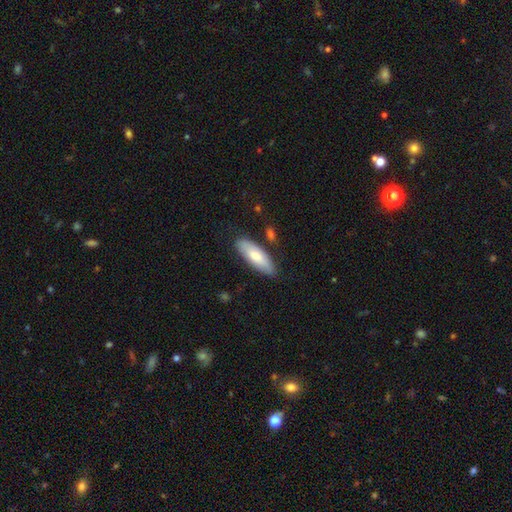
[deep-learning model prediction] Morphology: type=smooth (73%); roundness=in between (67%); merging=none (81%).